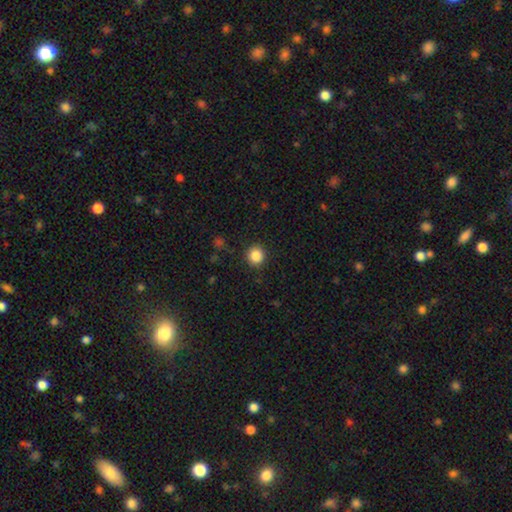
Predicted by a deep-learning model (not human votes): Overall: smooth (86%). How rounded: round (92%). Merging: none (90%).